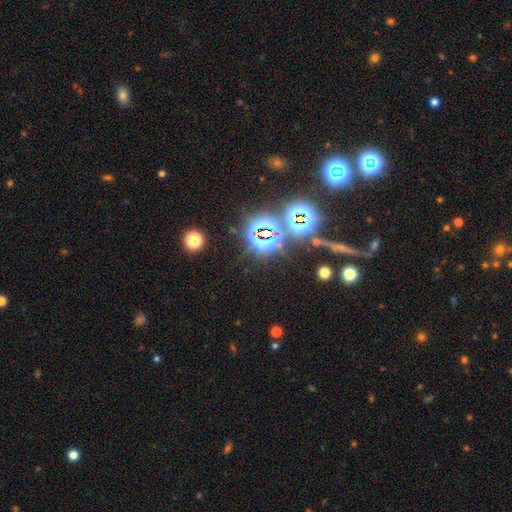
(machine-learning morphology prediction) The model was most divided on "smooth or featured": star or artifact: 78%, smooth: 13%, featured or disk: 9%.